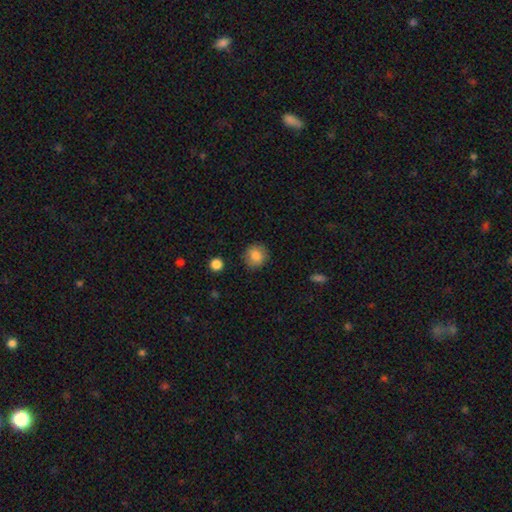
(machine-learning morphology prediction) Smooth or featured: smooth — 85% (star or artifact — 9%)
How rounded: round — 85% (in between — 14%)
Merging: none — 87% (minor disturbance — 9%)